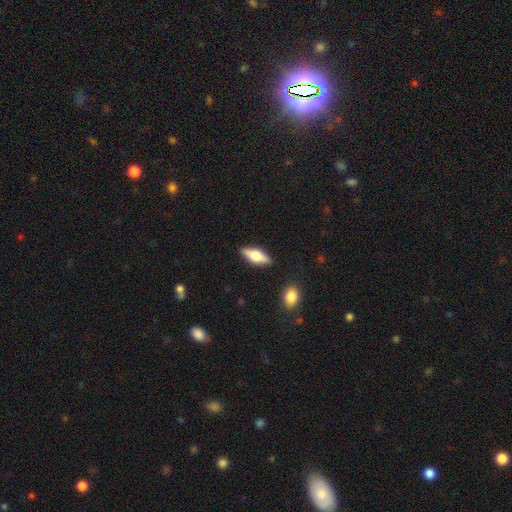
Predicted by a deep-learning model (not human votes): Overall: smooth (51%; featured or disk 43%). How rounded: in between (58%; cigar-shaped 40%). Merging: none (87%).